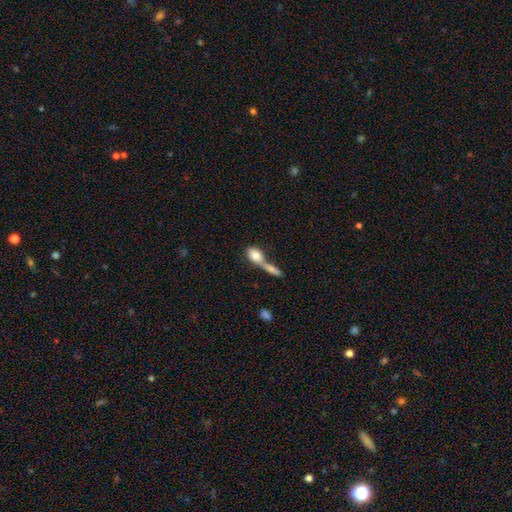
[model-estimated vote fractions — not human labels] Smooth or featured?
  - smooth: 78% *
  - featured or disk: 16%
  - star or artifact: 7%
How rounded?
  - in between: 68% *
  - round: 24%
  - cigar-shaped: 8%
Merging?
  - merger: 57% *
  - none: 29%
  - minor disturbance: 9%
  - major disturbance: 6%